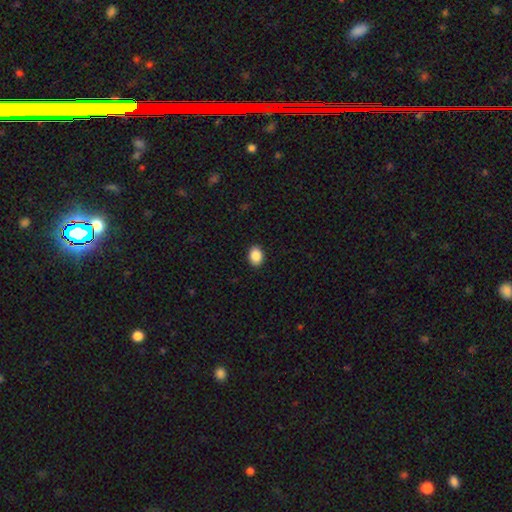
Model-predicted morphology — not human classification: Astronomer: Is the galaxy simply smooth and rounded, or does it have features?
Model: smooth — 89%.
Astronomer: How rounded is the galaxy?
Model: in between — 69%.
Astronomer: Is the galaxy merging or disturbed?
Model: none — 91%.